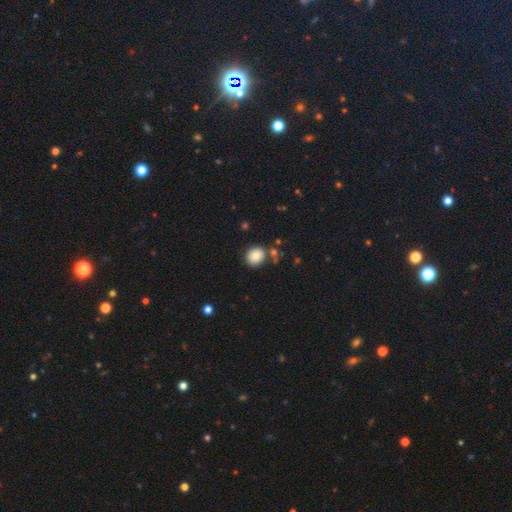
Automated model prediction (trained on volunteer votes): A smooth galaxy with no disk features (84%) that is round (67%). Merging: none (80%).